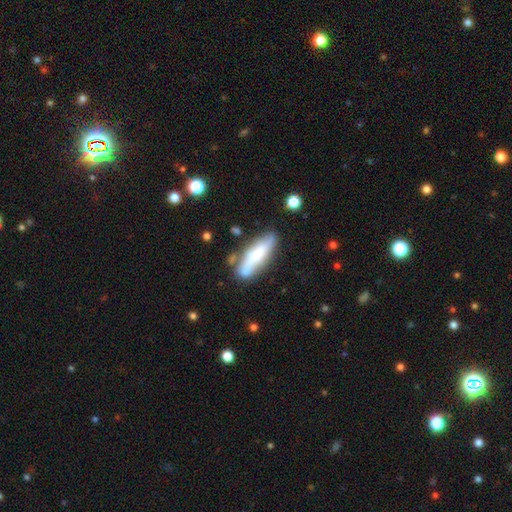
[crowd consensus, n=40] This is possibly a smooth galaxy (50%). How rounded: possibly cigar-shaped (55%). Merging: likely none (74%).